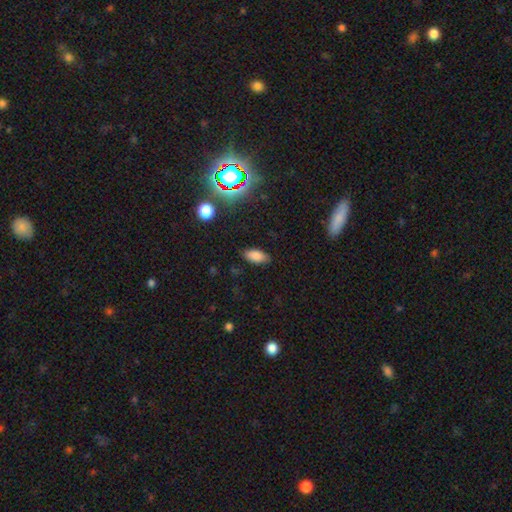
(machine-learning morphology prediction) smooth 80%, star or artifact 12%, featured or disk 8%. Down the decision tree: how rounded — in between (89%); merging — none (84%).